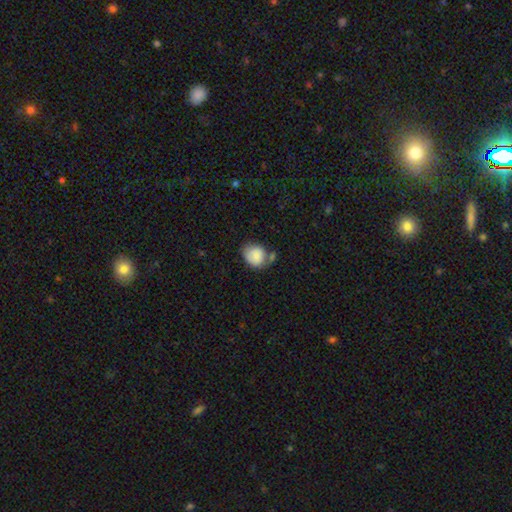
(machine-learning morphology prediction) A smooth galaxy with no disk features (83%) that is round (61%). Merging: none (48%).